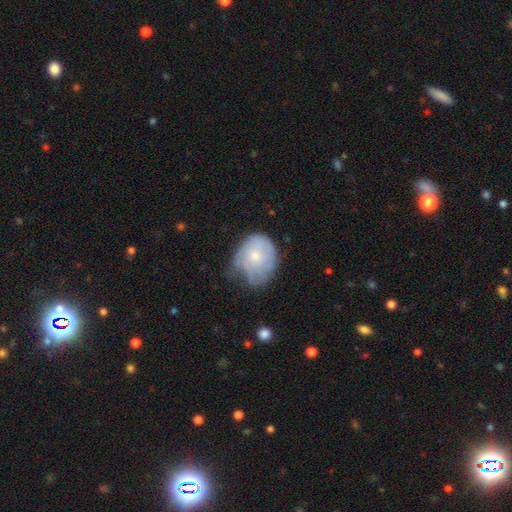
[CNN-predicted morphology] Q: Smooth or featured?
A: smooth (52%); runner-up: featured or disk (41%)
Q: How rounded?
A: round (56%); runner-up: in between (43%)
Q: Merging?
A: minor disturbance (42%); runner-up: none (34%)